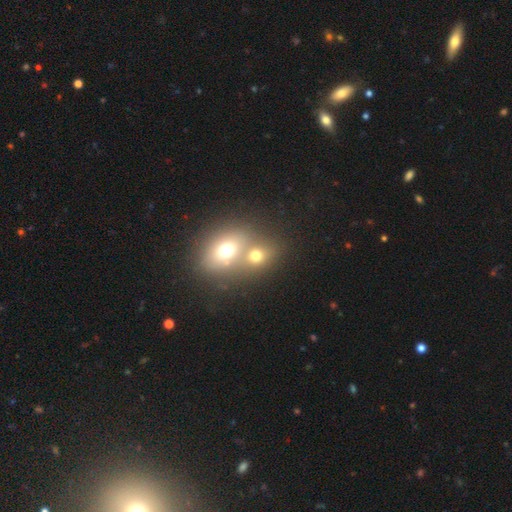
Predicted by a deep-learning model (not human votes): Overall: smooth (69%). How rounded: round (56%; in between 43%). Merging: merger (59%; none 31%).